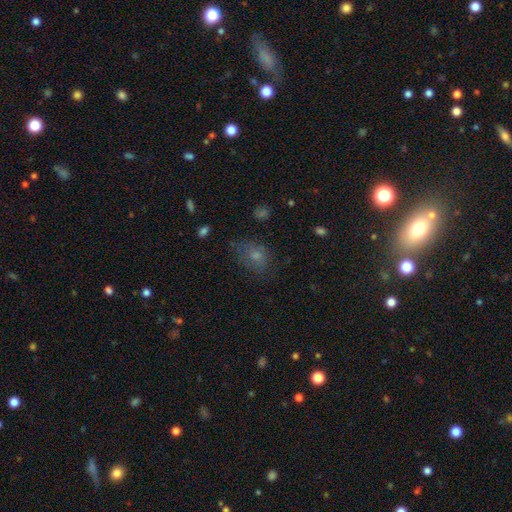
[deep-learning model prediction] Smooth or featured? Predicted: smooth (p=0.68). How rounded? Predicted: in between (p=0.62). Merging? Predicted: none (p=0.56).